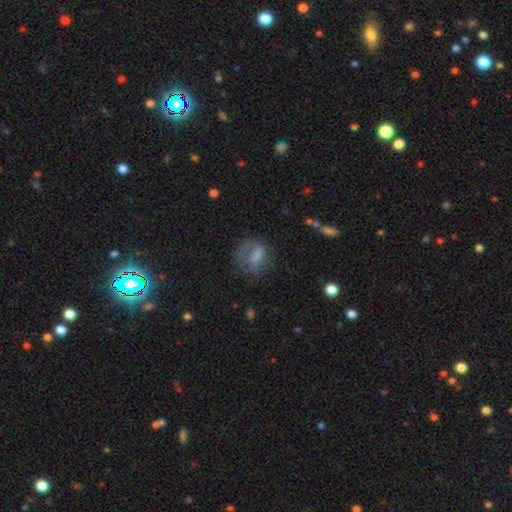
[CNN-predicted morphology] Q: Smooth or featured?
A: smooth (56%); runner-up: featured or disk (32%)
Q: How rounded?
A: in between (52%); runner-up: round (41%)
Q: Merging?
A: none (48%); runner-up: major disturbance (25%)